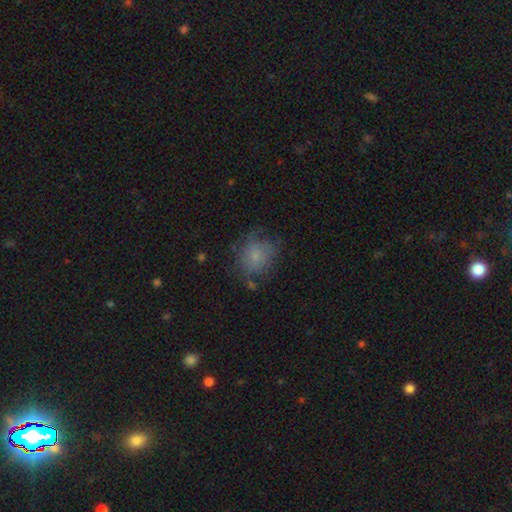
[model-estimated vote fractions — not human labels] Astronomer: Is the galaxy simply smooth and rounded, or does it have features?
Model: smooth — 71%.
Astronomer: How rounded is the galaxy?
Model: round — 63%.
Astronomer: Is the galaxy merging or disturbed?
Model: none — 57%.